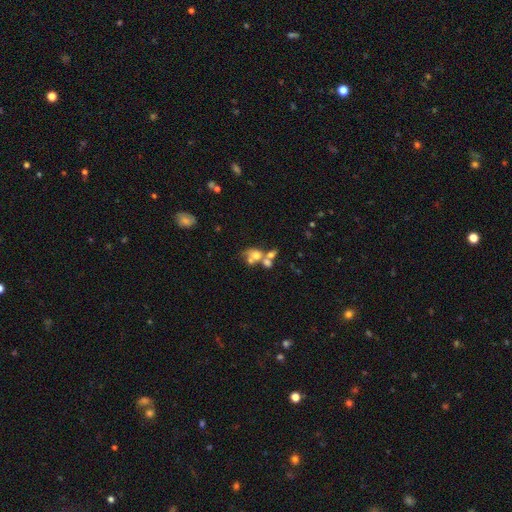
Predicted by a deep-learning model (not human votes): Q: Smooth or featured?
A: smooth (55%); runner-up: featured or disk (30%)
Q: How rounded?
A: round (54%); runner-up: in between (44%)
Q: Merging?
A: merger (56%); runner-up: none (25%)